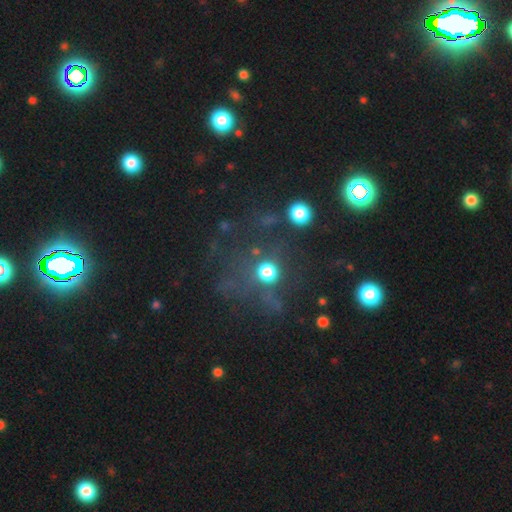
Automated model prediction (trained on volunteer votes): A star or artifact, not a galaxy (55%).